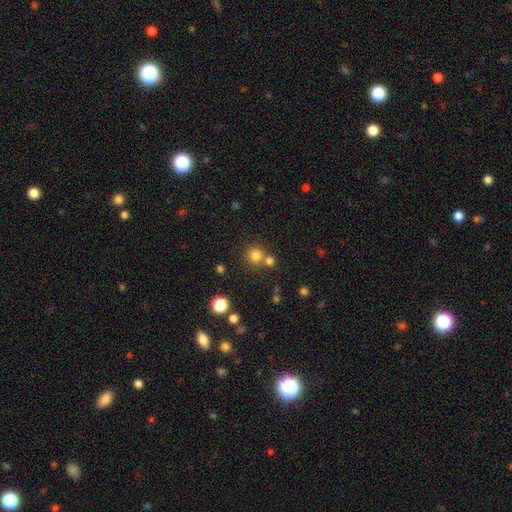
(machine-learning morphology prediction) This is likely a smooth galaxy (78%). How rounded: clearly round (92%). Merging: likely none (66%).